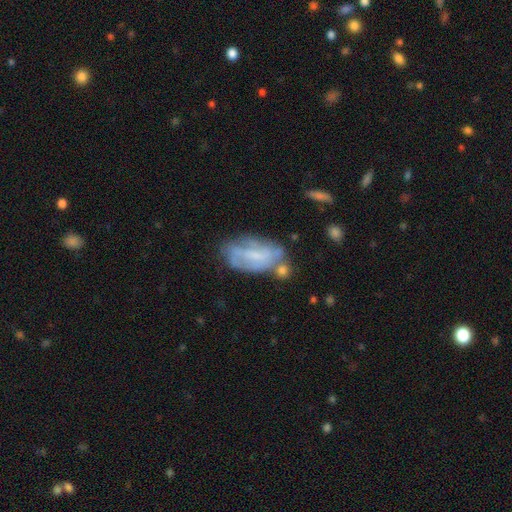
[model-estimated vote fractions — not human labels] A featured or disk galaxy (58%) with a weak bar (43%), spiral arms (62%) and a small central bulge (42%).

Vote fractions:
- Smooth or featured? featured or disk: 58% / smooth: 33% / star or artifact: 8%
- Edge-on disk? no: 93% / yes: 7%
- Bar? weak: 43% / no: 42% / strong: 15%
- Spiral arms? yes: 62% / no: 38%
- Bulge size? small: 42% / none: 30% / moderate: 24% / large: 3% / dominant: 1%
- Merging? none: 46% / minor disturbance: 26% / merger: 15% / major disturbance: 14%